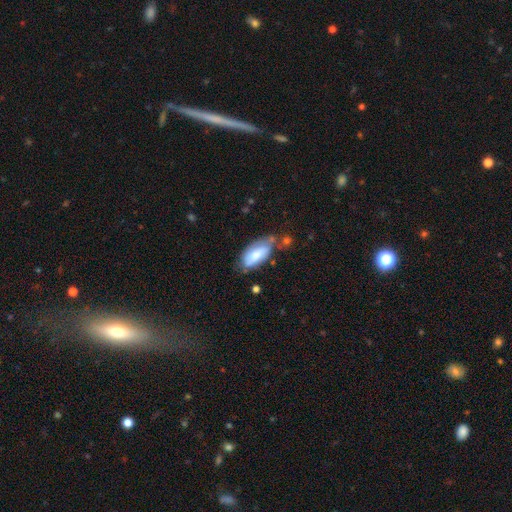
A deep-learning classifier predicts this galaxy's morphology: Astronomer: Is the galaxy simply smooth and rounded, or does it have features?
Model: smooth — 71%.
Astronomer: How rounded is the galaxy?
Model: in between — 86%.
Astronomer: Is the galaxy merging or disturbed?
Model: none — 45% (runner-up: minor disturbance, 32%).